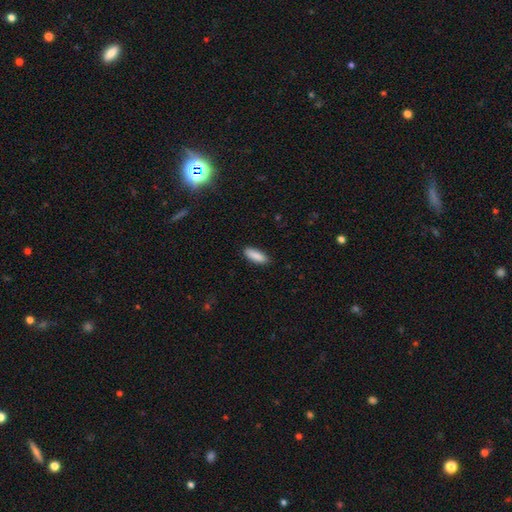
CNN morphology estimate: smooth-or-featured: smooth: 89% | star or artifact: 6% | featured or disk: 5%
  how-rounded: in between: 63% | cigar-shaped: 35% | round: 2%
  merging: none: 87% | minor disturbance: 10% | major disturbance: 2% | merger: 1%